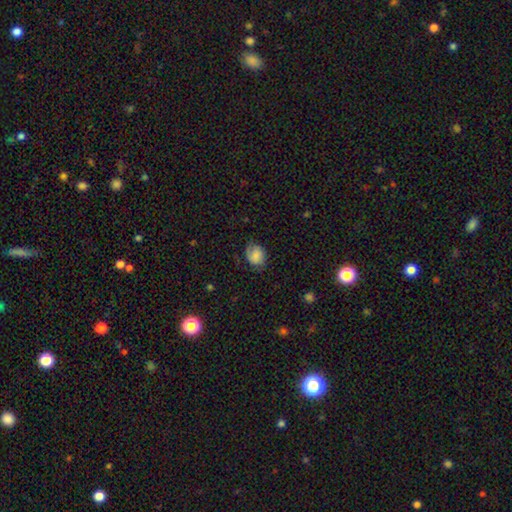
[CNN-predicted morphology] Smooth or featured? smooth (73%)
How rounded? in between (55%)
Merging? none (63%)